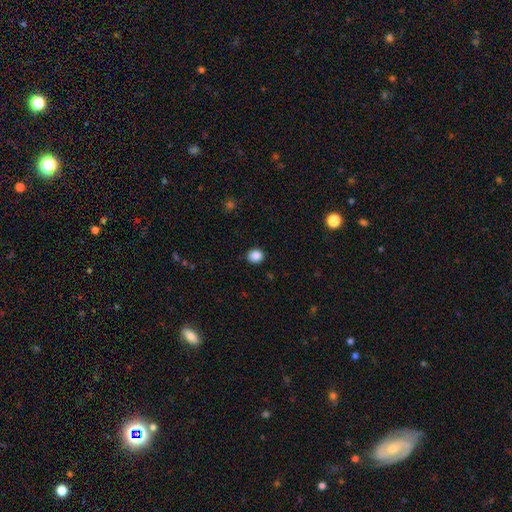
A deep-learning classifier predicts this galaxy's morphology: smooth-or-featured: smooth: 88% | star or artifact: 10% | featured or disk: 2%
  how-rounded: round: 85% | in between: 14% | cigar-shaped: 1%
  merging: none: 91% | minor disturbance: 6% | major disturbance: 2% | merger: 1%